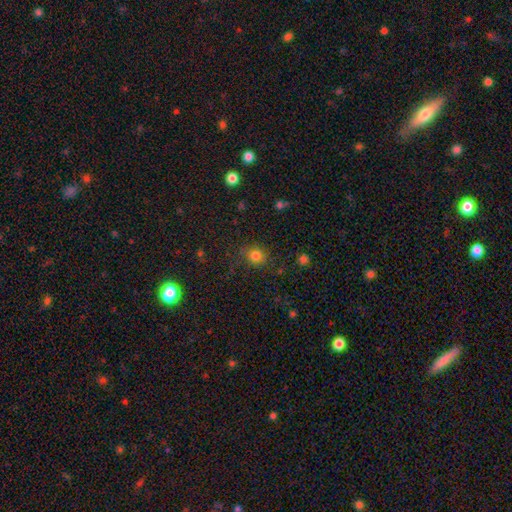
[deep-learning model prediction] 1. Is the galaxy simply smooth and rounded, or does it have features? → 80% smooth, 14% star or artifact, 6% featured or disk.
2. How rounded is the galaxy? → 80% round, 19% in between, 1% cigar-shaped.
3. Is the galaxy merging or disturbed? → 79% none, 14% minor disturbance, 6% major disturbance, 2% merger.